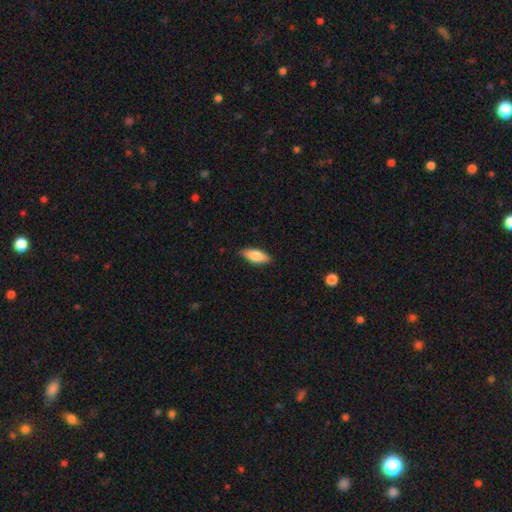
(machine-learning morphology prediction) A smooth galaxy with no disk features (80%) that is in between round and cigar-shaped (77%).

Vote fractions:
- Smooth or featured? smooth: 80% / featured or disk: 14% / star or artifact: 6%
- How rounded? in between: 77% / cigar-shaped: 21% / round: 2%
- Merging? none: 86% / minor disturbance: 11% / major disturbance: 2% / merger: 1%